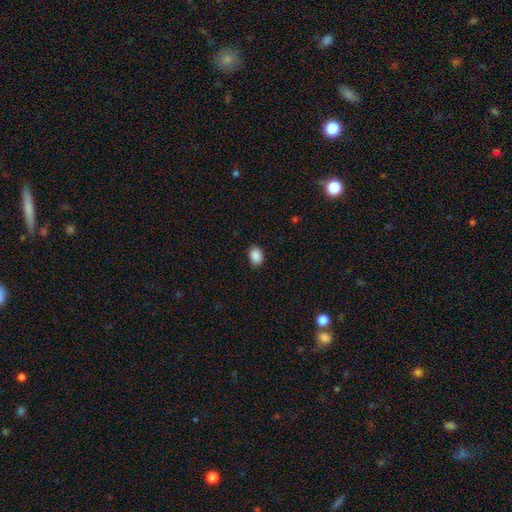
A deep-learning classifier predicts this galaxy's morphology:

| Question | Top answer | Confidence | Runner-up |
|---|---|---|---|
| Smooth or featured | smooth | 90% | star or artifact (8%) |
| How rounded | in between | 75% | round (24%) |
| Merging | none | 88% | minor disturbance (9%) |